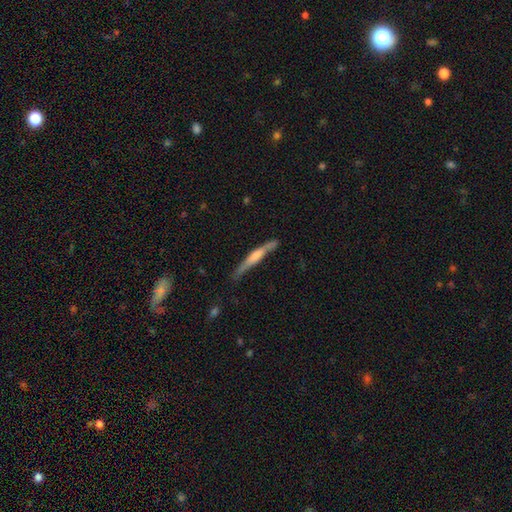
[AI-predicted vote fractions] Q: Smooth or featured?
A: featured or disk (65%); runner-up: smooth (28%)
Q: Edge-on disk?
A: yes (95%); runner-up: no (5%)
Q: Edge-on bulge?
A: rounded (55%); runner-up: boxy (27%)
Q: Merging?
A: none (72%); runner-up: minor disturbance (20%)